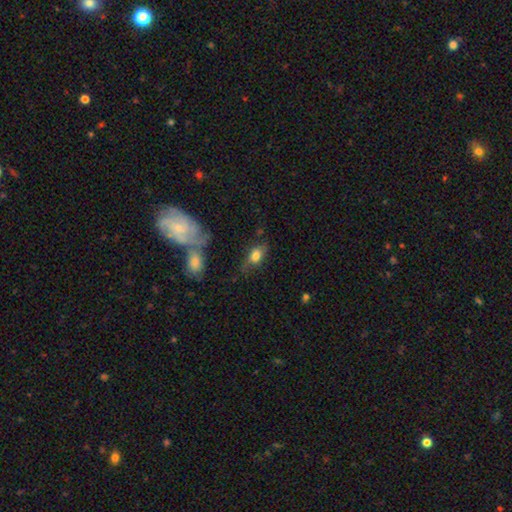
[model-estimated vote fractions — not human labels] A smooth galaxy with no disk features (73%) that is in between round and cigar-shaped (83%).

Vote fractions:
- Smooth or featured? smooth: 73% / featured or disk: 19% / star or artifact: 8%
- How rounded? in between: 83% / round: 12% / cigar-shaped: 5%
- Merging? none: 52% / minor disturbance: 27% / major disturbance: 14% / merger: 8%